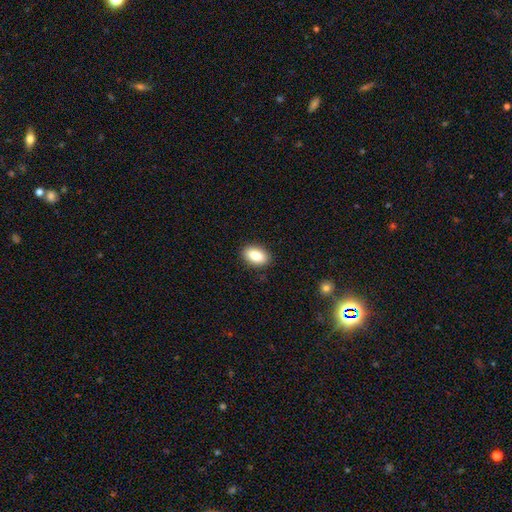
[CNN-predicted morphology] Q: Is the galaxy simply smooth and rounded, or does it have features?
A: smooth — 85%.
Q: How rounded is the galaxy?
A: in between — 91%.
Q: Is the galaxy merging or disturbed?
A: none — 90%.